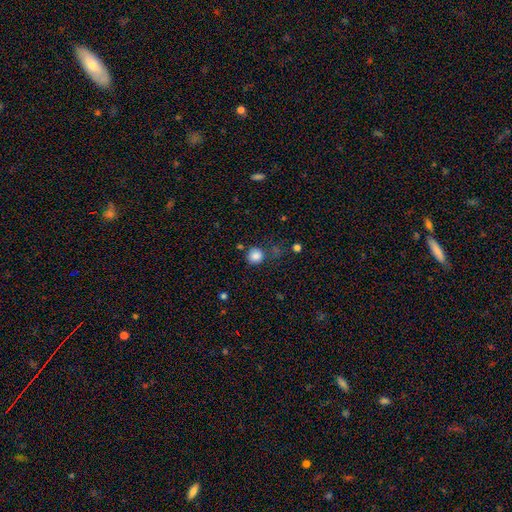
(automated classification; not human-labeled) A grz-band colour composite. It shows a smooth galaxy with no disk features (85%) that is round (92%). Merging: none (77%).